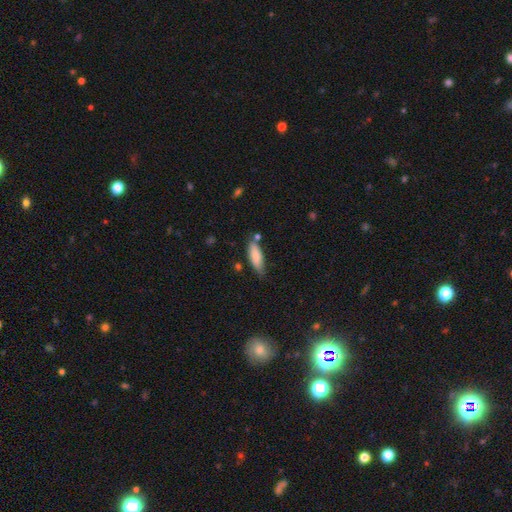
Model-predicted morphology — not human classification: Overall: smooth (81%). How rounded: in between (55%; cigar-shaped 43%). Merging: none (66%).